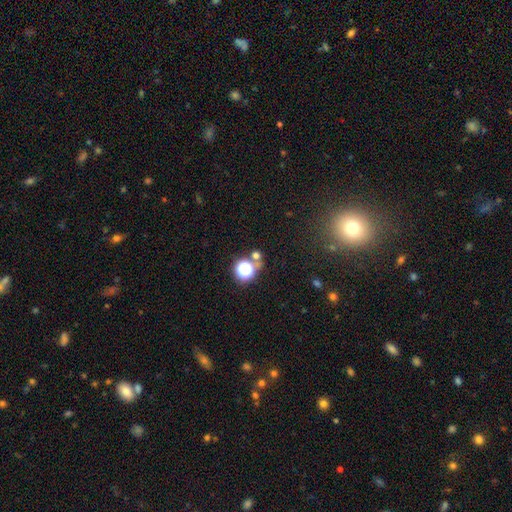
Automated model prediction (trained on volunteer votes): Smooth or featured: smooth — 52% (star or artifact — 40%)
How rounded: round — 84% (in between — 15%)
Merging: none — 66% (merger — 20%)